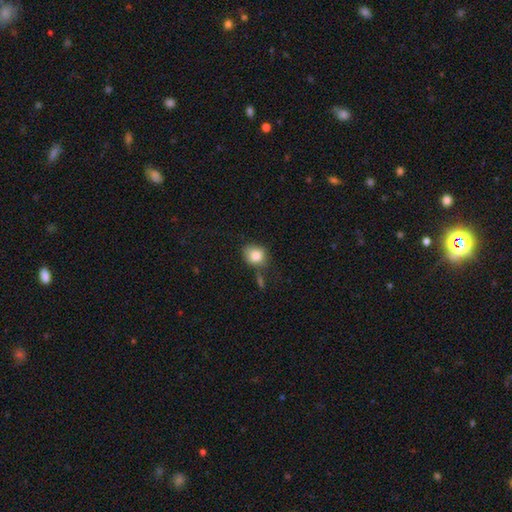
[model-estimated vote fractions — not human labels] Morphology: type=smooth (83%); roundness=round (65%); merging=none (59%).